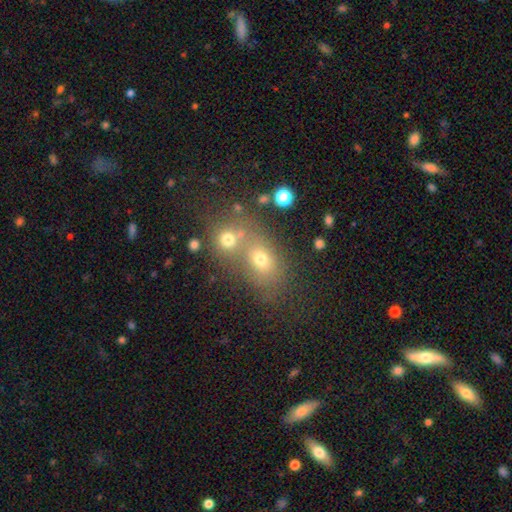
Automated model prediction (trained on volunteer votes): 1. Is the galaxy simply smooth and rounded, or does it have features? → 56% smooth, 25% star or artifact, 19% featured or disk.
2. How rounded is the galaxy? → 57% round, 41% in between, 2% cigar-shaped.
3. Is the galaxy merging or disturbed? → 48% merger, 40% none, 8% minor disturbance, 4% major disturbance.